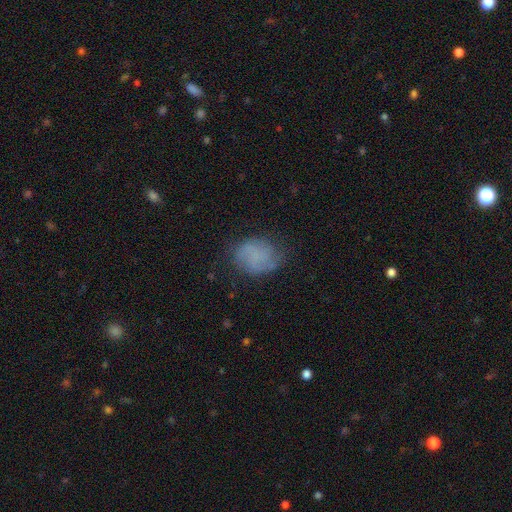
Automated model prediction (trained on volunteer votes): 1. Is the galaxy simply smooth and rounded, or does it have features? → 55% smooth, 34% featured or disk, 11% star or artifact.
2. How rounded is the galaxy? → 51% in between, 48% round, 1% cigar-shaped.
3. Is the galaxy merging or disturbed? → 67% none, 22% minor disturbance, 9% major disturbance, 1% merger.